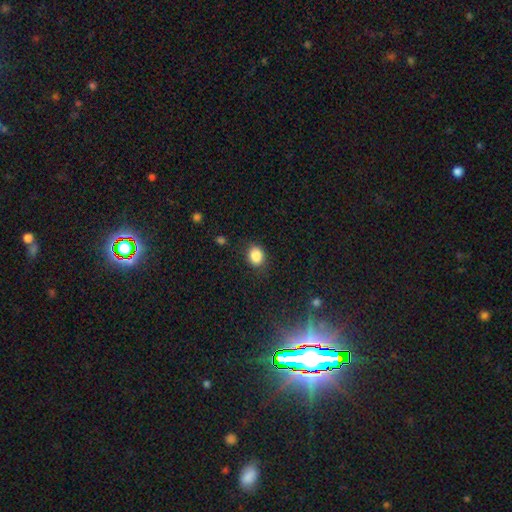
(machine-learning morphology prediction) Smooth or featured? smooth (86%)
How rounded? round (59%)
Merging? none (82%)